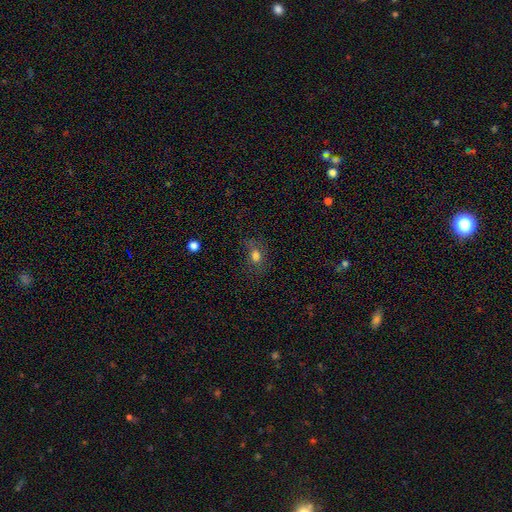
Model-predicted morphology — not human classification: smooth 74%, star or artifact 15%, featured or disk 11%. Down the decision tree: how rounded — in between (62%); merging — none (64%).